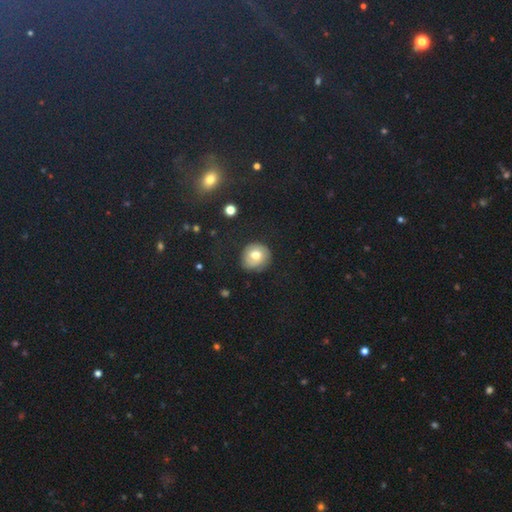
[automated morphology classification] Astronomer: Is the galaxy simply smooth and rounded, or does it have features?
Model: smooth — 65%.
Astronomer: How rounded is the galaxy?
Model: round — 86%.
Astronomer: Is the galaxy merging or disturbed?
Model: none — 78%.